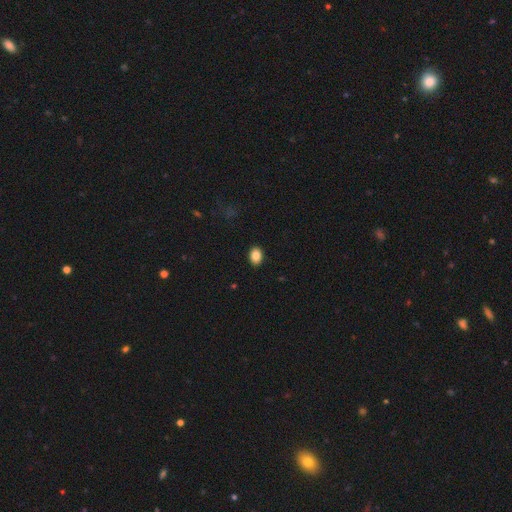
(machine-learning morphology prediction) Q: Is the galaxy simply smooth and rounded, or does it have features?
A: smooth — 86%.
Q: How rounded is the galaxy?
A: in between — 74%.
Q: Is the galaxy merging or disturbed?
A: none — 90%.